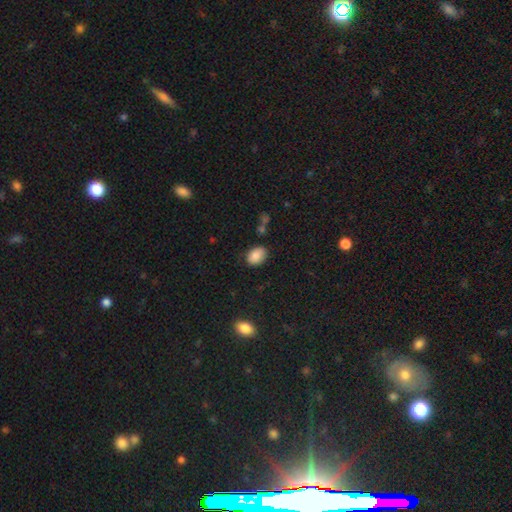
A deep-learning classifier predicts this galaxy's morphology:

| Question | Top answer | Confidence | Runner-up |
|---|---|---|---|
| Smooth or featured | smooth | 86% | star or artifact (8%) |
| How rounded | in between | 80% | round (18%) |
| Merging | none | 78% | minor disturbance (15%) |